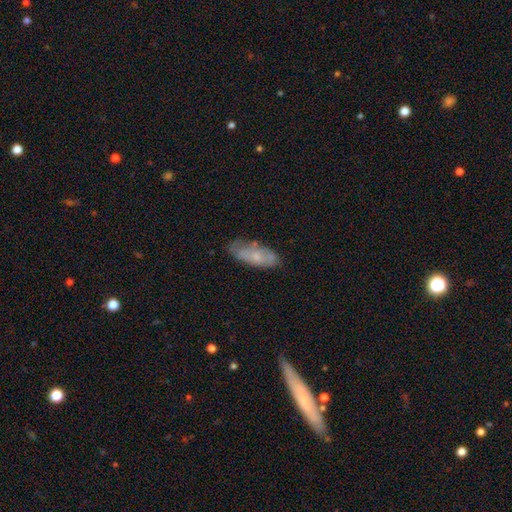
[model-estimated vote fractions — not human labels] smooth_or_featured: smooth (p=0.57) [alt: featured or disk p=0.35]
how_rounded: in between (p=0.73) [alt: cigar-shaped p=0.24]
merging: none (p=0.65) [alt: minor disturbance p=0.26]